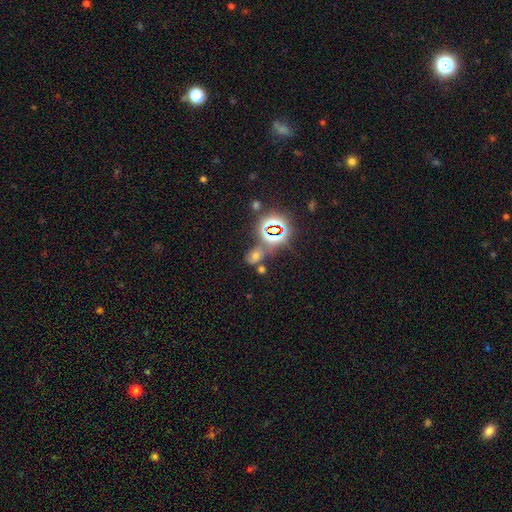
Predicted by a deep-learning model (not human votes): Q: Smooth or featured?
A: star or artifact (45%); runner-up: smooth (43%)